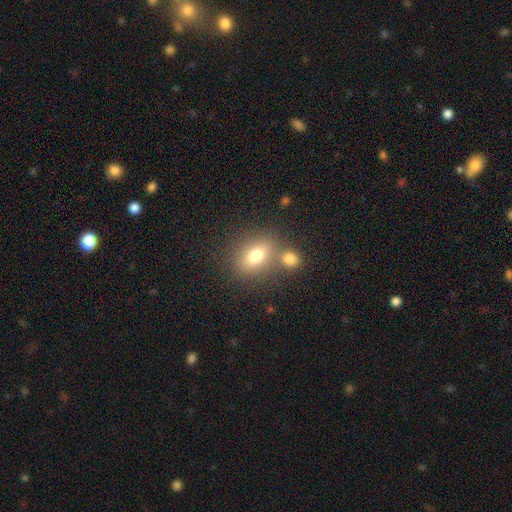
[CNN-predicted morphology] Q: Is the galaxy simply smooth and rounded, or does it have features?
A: smooth — 74%.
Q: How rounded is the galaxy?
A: in between — 70%.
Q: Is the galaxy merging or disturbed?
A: none — 58%.